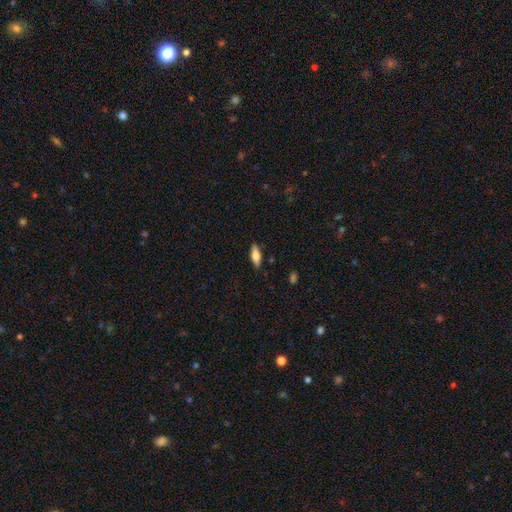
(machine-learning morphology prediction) The model was most divided on "smooth or featured": smooth: 59%, featured or disk: 34%, star or artifact: 7%. More confident: merging — none (87%); how rounded — in between (62%).